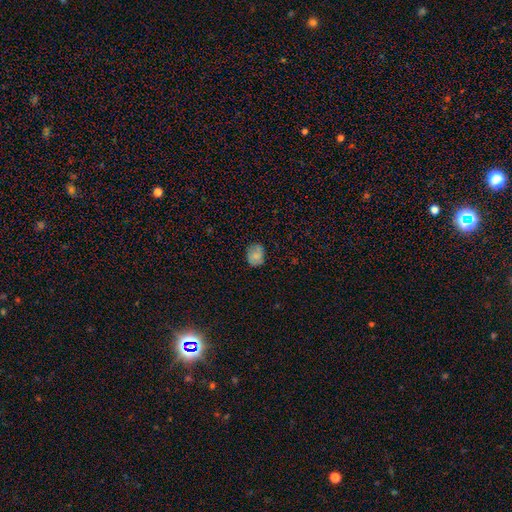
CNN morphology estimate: A smooth galaxy with no disk features (76%) that is round (53%).

Vote fractions:
- Smooth or featured? smooth: 76% / featured or disk: 14% / star or artifact: 10%
- How rounded? round: 53% / in between: 47% / cigar-shaped: 1%
- Merging? none: 75% / minor disturbance: 19% / major disturbance: 4% / merger: 2%